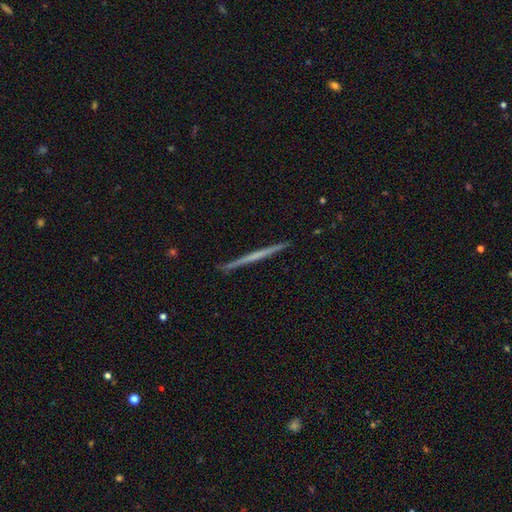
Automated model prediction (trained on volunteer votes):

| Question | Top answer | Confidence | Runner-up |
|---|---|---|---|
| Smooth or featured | featured or disk | 63% | smooth (32%) |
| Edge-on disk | yes | 98% | no (2%) |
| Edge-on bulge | none | 85% | rounded (11%) |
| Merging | none | 93% | minor disturbance (5%) |